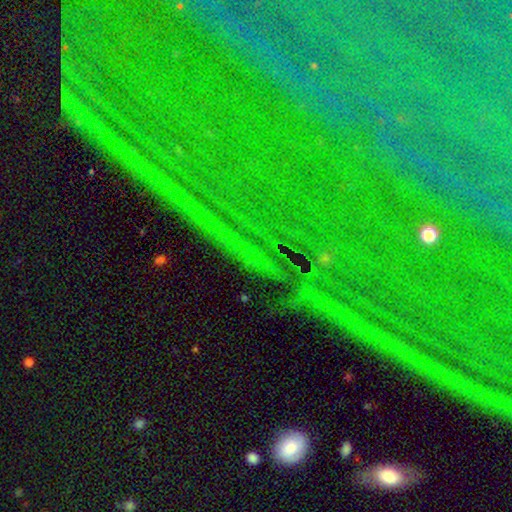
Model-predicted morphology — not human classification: A star or artifact, not a galaxy (83%).

Vote fractions:
- Smooth or featured? star or artifact: 83% / featured or disk: 10% / smooth: 7%